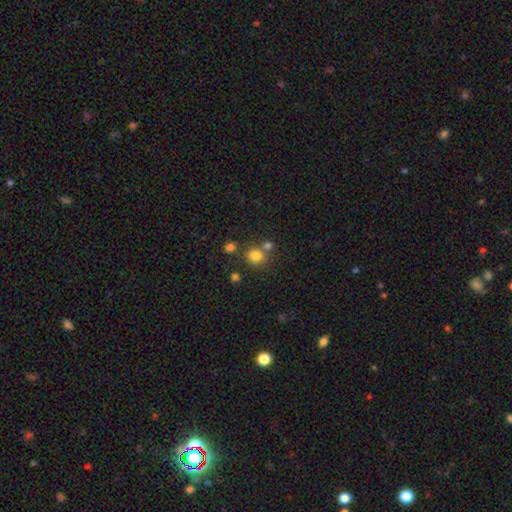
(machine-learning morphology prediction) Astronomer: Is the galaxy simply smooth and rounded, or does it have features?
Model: smooth — 80%.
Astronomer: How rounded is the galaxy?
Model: round — 86%.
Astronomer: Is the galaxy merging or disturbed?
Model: none — 66%.